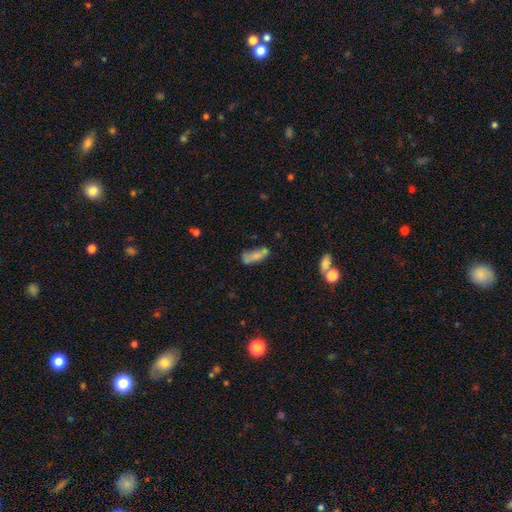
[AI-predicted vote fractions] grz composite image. It shows a smooth galaxy with no disk features (69%) that is in between round and cigar-shaped (58%). Merging: none (47%).